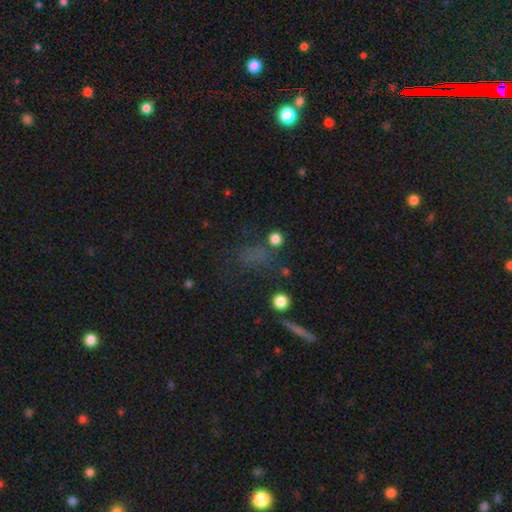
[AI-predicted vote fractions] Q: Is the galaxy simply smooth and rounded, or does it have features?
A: smooth — 52%.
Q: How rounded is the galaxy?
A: in between — 49%.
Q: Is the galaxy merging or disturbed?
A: none — 58%.